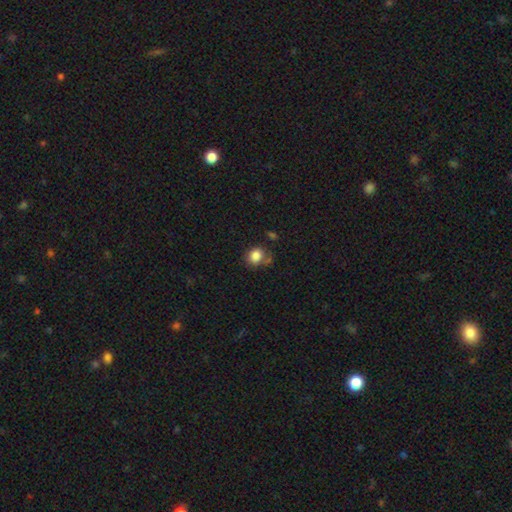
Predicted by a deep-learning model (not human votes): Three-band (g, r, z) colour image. It shows a smooth galaxy with no disk features (84%) that is round (65%). Merging: none (65%).